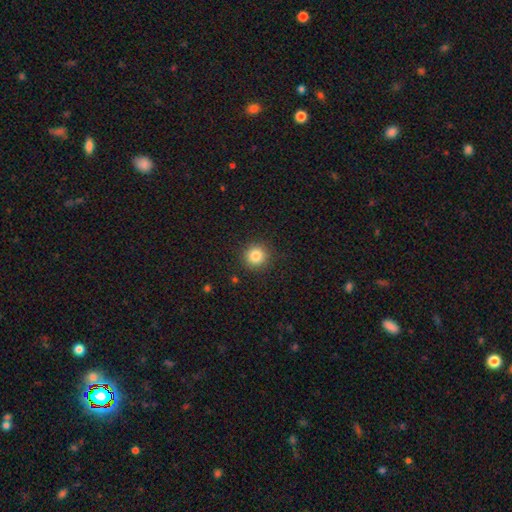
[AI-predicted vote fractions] Smooth or featured: smooth — 84% (star or artifact — 11%)
How rounded: round — 94% (in between — 5%)
Merging: none — 91% (minor disturbance — 6%)